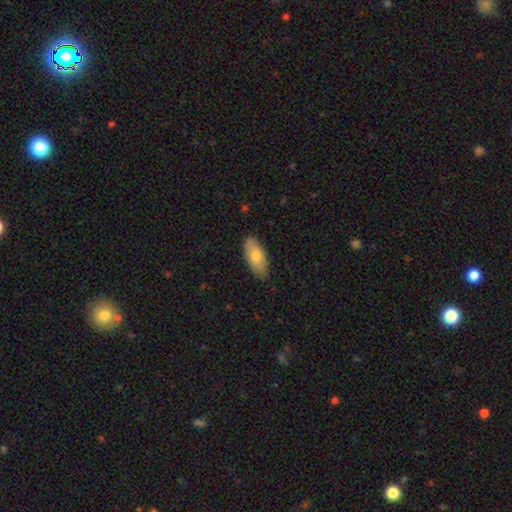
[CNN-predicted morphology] Smooth or featured?
  - smooth: 73% *
  - featured or disk: 22%
  - star or artifact: 6%
How rounded?
  - in between: 87% *
  - cigar-shaped: 11%
  - round: 2%
Merging?
  - none: 80% *
  - minor disturbance: 17%
  - major disturbance: 2%
  - merger: 1%